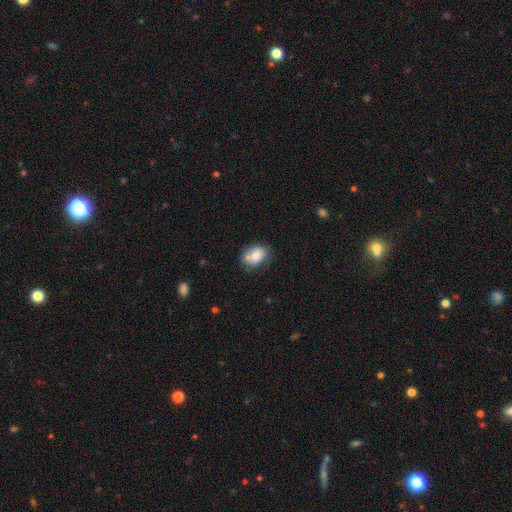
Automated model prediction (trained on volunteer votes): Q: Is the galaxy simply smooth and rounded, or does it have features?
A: smooth — 75%.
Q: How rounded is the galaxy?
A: in between — 65%.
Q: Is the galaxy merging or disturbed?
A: none — 55%.